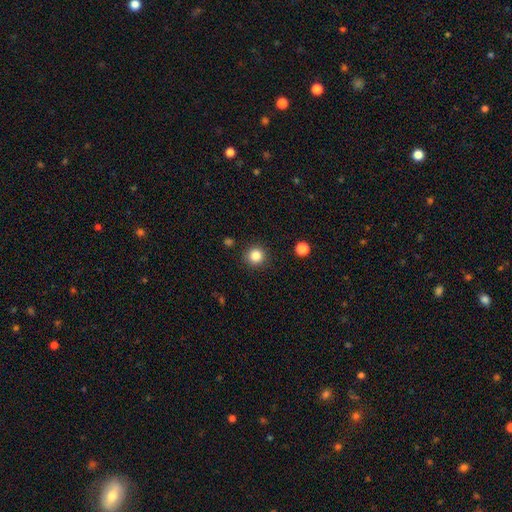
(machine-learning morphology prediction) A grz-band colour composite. It shows a smooth galaxy with no disk features (84%) that is round (94%). Merging: none (90%).